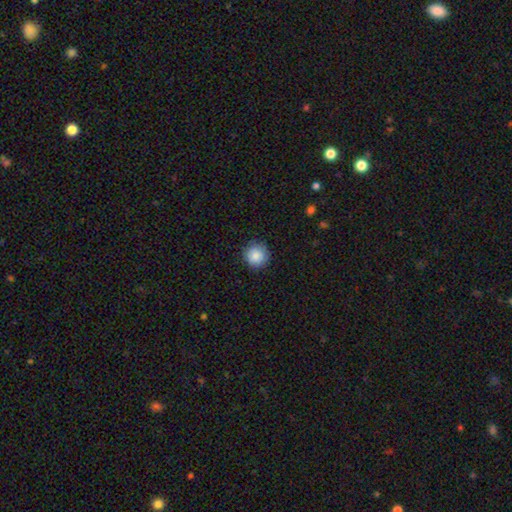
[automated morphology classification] smooth 88%, star or artifact 8%, featured or disk 4%. Down the decision tree: how rounded — round (95%); merging — none (87%).